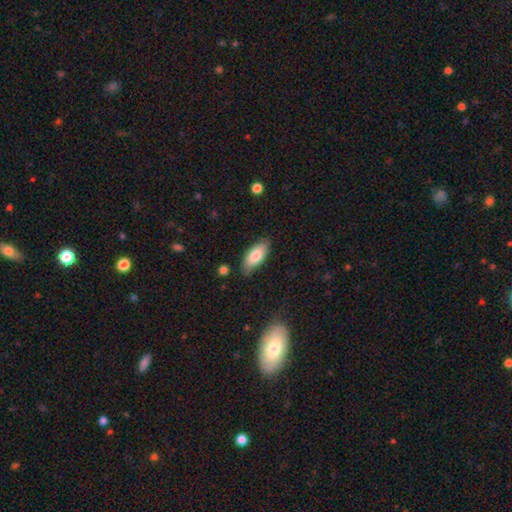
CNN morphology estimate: Overall: smooth (81%). How rounded: in between (86%). Merging: none (82%).